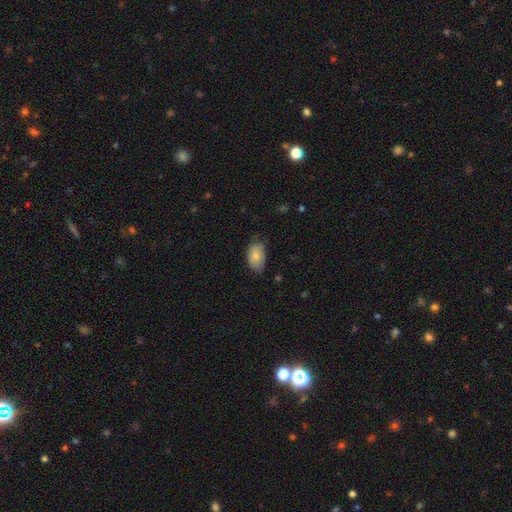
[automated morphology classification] Smooth or featured? Predicted: smooth (p=0.81). How rounded? Predicted: in between (p=0.91). Merging? Predicted: none (p=0.59).